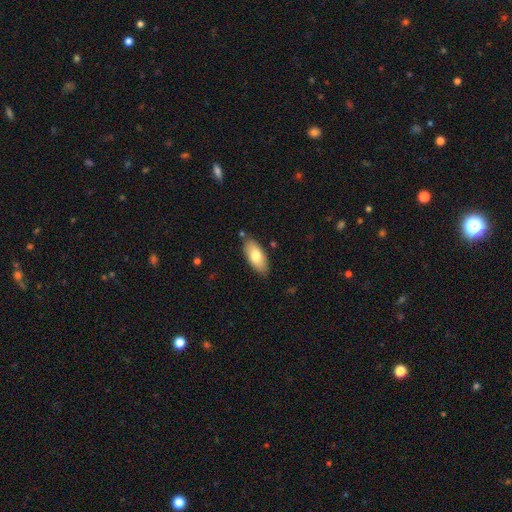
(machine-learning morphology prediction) This appears to be a smooth galaxy with no disk features (75%) that is in between round and cigar-shaped (88%). Merging: none (82%).